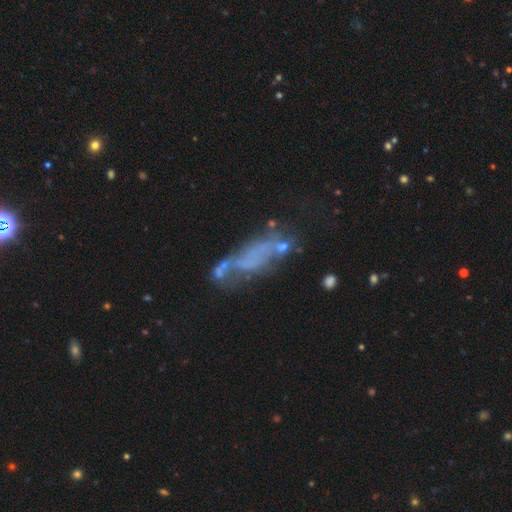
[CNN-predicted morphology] Smooth or featured? Predicted: featured or disk (p=0.51). Edge-on disk? Predicted: no (p=0.81). Merging? Predicted: none (p=0.37).